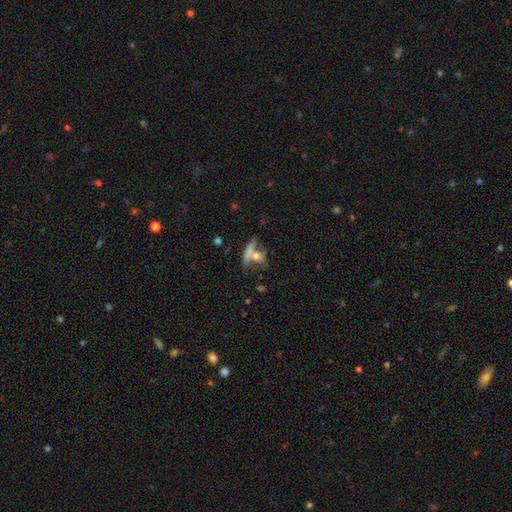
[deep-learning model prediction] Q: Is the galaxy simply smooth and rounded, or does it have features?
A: smooth — 50%.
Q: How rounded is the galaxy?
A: cigar-shaped — 44%.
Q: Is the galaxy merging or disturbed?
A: none — 44%.